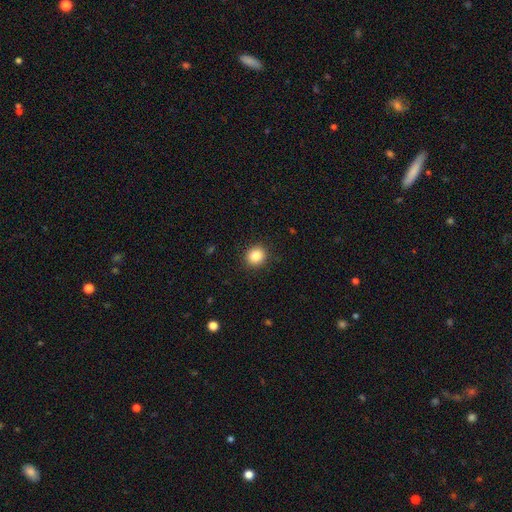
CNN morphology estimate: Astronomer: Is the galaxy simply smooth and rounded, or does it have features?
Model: smooth — 85%.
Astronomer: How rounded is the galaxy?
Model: round — 84%.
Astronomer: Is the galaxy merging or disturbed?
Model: none — 91%.